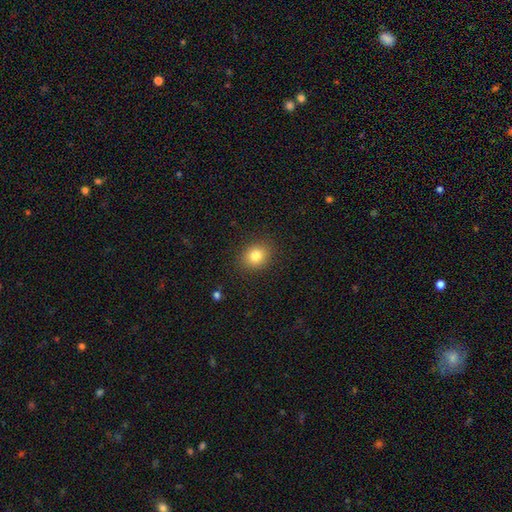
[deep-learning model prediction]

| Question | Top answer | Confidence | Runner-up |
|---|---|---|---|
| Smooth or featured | smooth | 81% | star or artifact (11%) |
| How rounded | round | 65% | in between (34%) |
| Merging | none | 88% | minor disturbance (8%) |